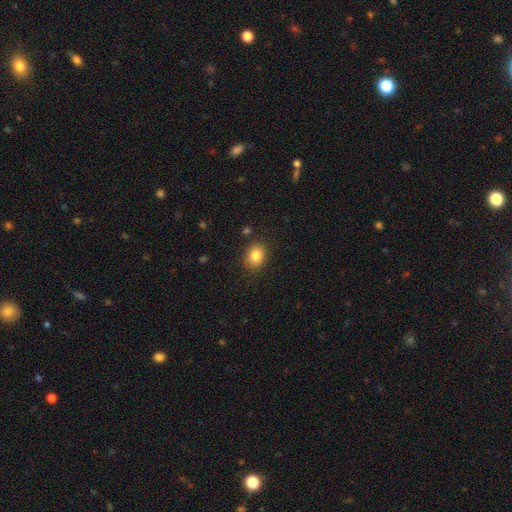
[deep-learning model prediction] Smooth or featured: smooth — 84% (star or artifact — 9%)
How rounded: round — 50% (in between — 49%)
Merging: none — 86% (minor disturbance — 9%)